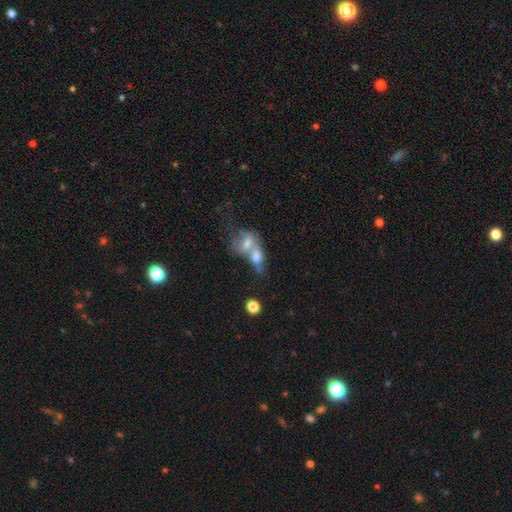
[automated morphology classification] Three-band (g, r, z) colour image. It shows a smooth galaxy with no disk features (56%) that is in between round and cigar-shaped (71%). Merging: merger (74%).